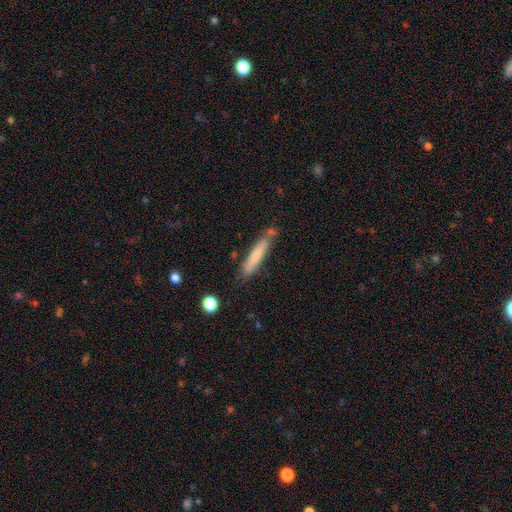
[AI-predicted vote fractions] Smooth or featured? smooth (68%)
How rounded? cigar-shaped (92%)
Merging? none (74%)